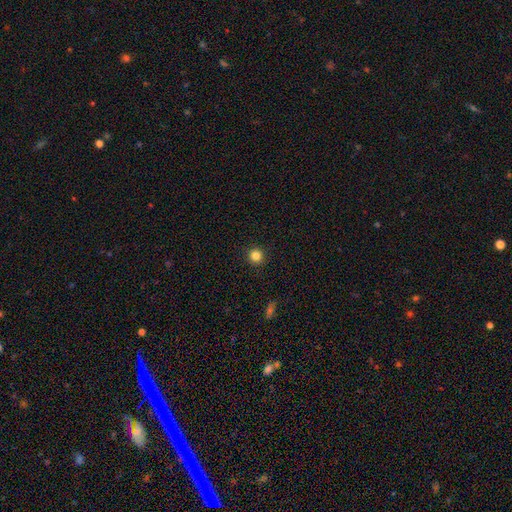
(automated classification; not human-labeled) Overall: smooth (84%). How rounded: round (95%). Merging: none (93%).